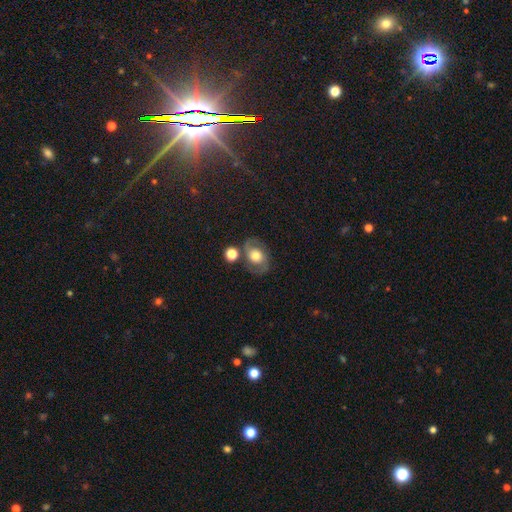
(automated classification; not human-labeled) featured or disk 61%, smooth 28%, star or artifact 11%. Down the decision tree: edge-on disk — no (97%); bar — no (70%); spiral arms — yes (82%); bulge size — moderate (59%); merging — none (71%).